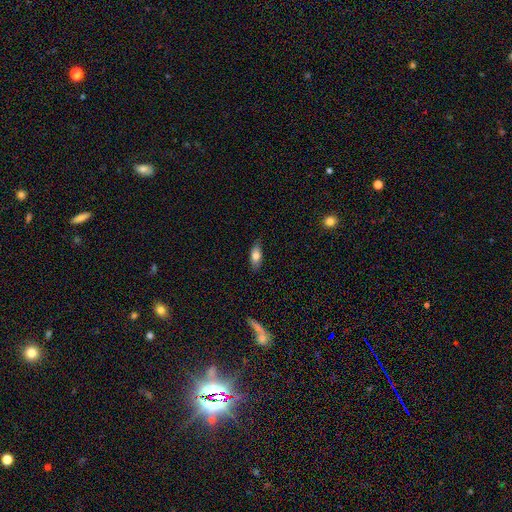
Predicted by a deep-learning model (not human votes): This is likely a smooth galaxy (76%). How rounded: likely in between (78%). Merging: clearly none (82%).